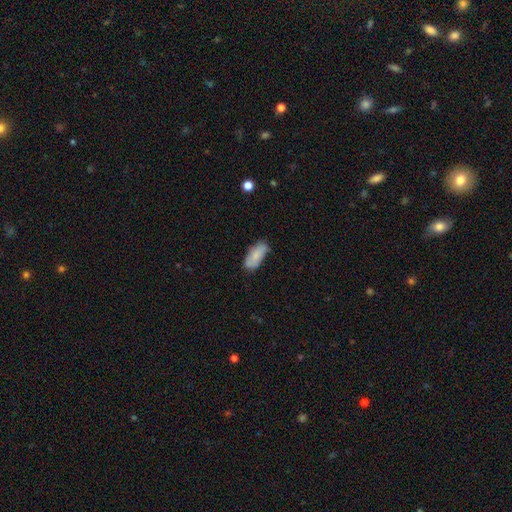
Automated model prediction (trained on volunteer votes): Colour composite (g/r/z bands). It shows a smooth galaxy with no disk features (76%) that is in between round and cigar-shaped (88%). Merging: none (65%).